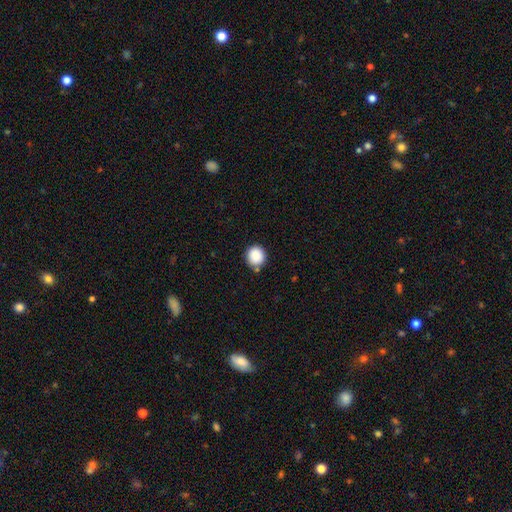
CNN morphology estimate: A smooth galaxy with no disk features (88%) that is round (92%).

Vote fractions:
- Smooth or featured? smooth: 88% / star or artifact: 9% / featured or disk: 3%
- How rounded? round: 92% / in between: 7% / cigar-shaped: 1%
- Merging? none: 85% / minor disturbance: 9% / merger: 4% / major disturbance: 2%